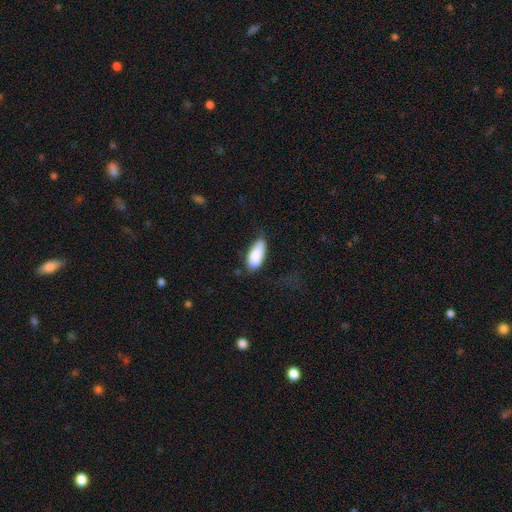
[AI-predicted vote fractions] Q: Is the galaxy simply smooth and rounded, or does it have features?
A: smooth — 85%.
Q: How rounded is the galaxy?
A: in between — 83%.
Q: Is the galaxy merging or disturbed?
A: none — 46%.